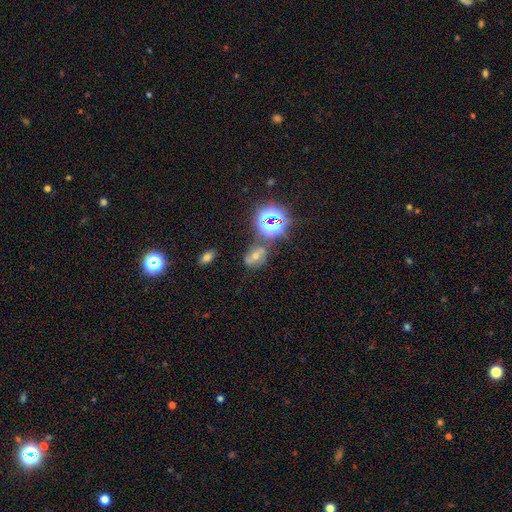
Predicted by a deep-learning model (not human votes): This is marginally a star or artifact rather than a galaxy (43%).